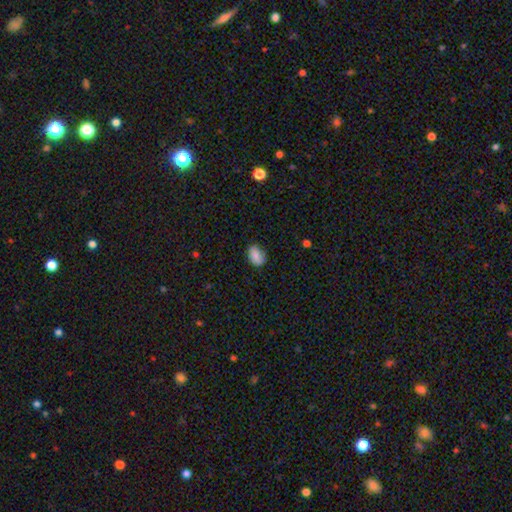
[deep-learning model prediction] The model was most divided on "merging": none: 72%, minor disturbance: 22%, major disturbance: 4%, merger: 1%. More confident: how rounded — in between (87%); smooth or featured — smooth (83%).